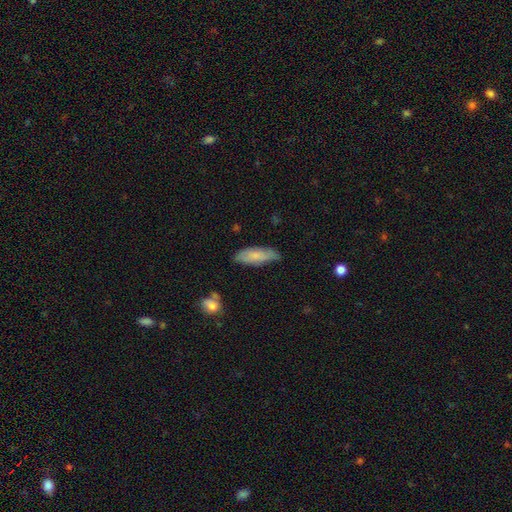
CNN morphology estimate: Overall: smooth (72%). How rounded: in between (57%; cigar-shaped 41%). Merging: none (72%).